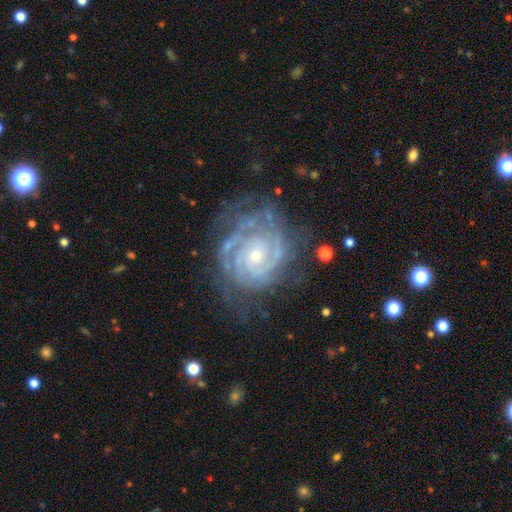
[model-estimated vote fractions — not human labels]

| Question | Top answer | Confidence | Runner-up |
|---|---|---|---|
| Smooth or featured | featured or disk | 91% | star or artifact (5%) |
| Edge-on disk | no | 98% | yes (2%) |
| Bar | no | 72% | weak (22%) |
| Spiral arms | yes | 98% | no (2%) |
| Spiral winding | tight | 78% | medium (19%) |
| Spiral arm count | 2 | 35% | 3 (24%) |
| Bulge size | small | 67% | moderate (29%) |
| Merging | none | 66% | minor disturbance (21%) |